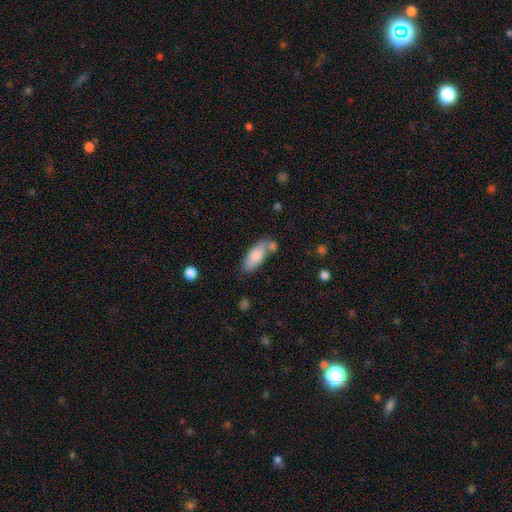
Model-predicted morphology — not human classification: This appears to be a smooth galaxy with no disk features (80%) that is in between round and cigar-shaped (78%). Merging: none (57%).